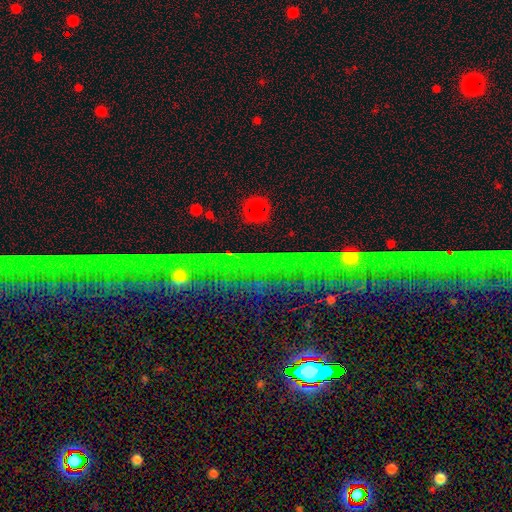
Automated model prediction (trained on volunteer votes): This is likely a star or artifact rather than a galaxy (79%).